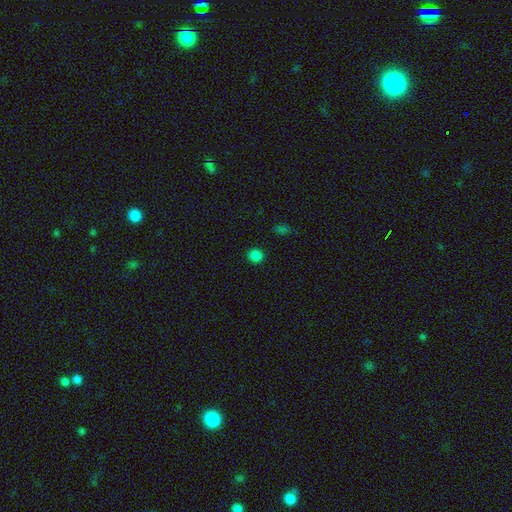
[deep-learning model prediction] This appears to be a smooth galaxy with no disk features (83%) that is round (86%). Merging: none (91%).